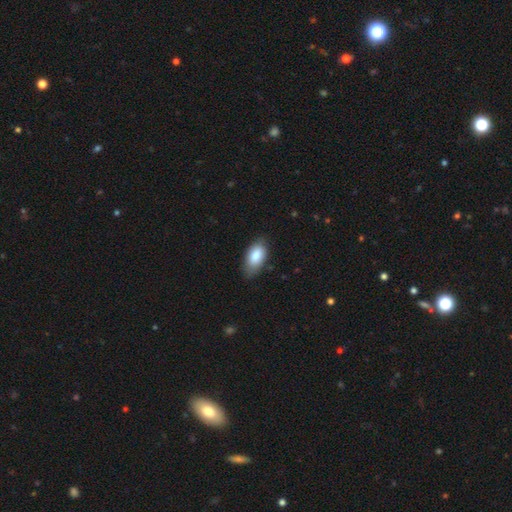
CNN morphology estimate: The model was most divided on "merging": none: 75%, minor disturbance: 20%, major disturbance: 3%, merger: 1%. More confident: how rounded — in between (93%); smooth or featured — smooth (83%).